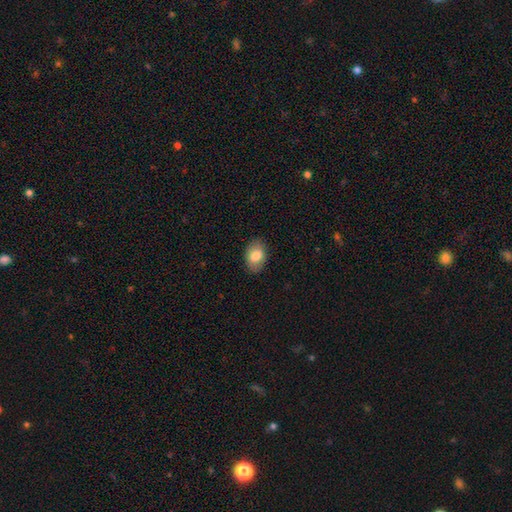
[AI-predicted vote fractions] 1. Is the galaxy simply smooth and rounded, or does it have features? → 80% smooth, 13% featured or disk, 7% star or artifact.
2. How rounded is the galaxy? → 84% in between, 15% round, 1% cigar-shaped.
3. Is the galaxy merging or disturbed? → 85% none, 11% minor disturbance, 3% major disturbance, 1% merger.